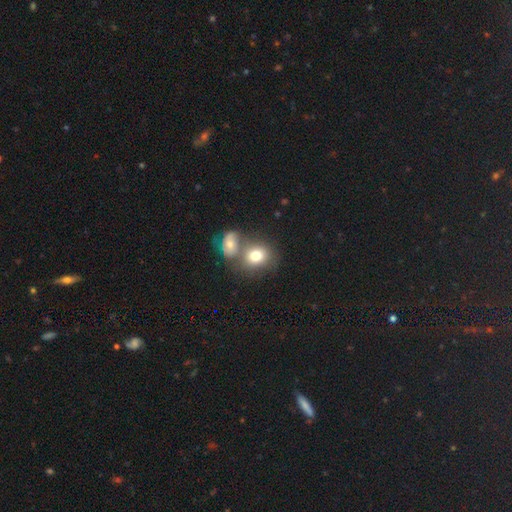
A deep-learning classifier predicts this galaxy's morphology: This is likely a smooth galaxy (74%). How rounded: possibly round (57%). Merging: marginally merger (45%).